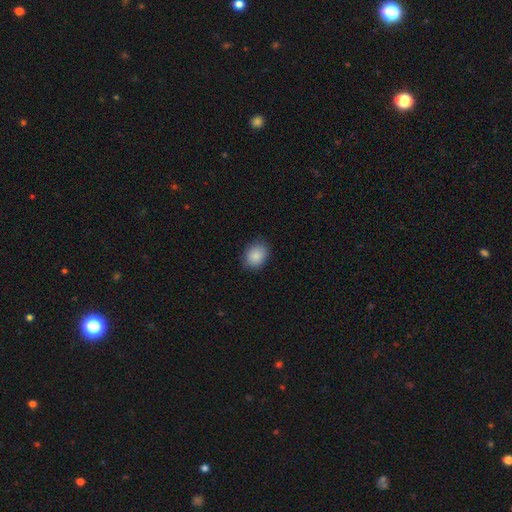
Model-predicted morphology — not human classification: smooth_or_featured: smooth (p=0.87) [alt: star or artifact p=0.08]
how_rounded: in between (p=0.59) [alt: round p=0.40]
merging: none (p=0.86) [alt: minor disturbance p=0.11]